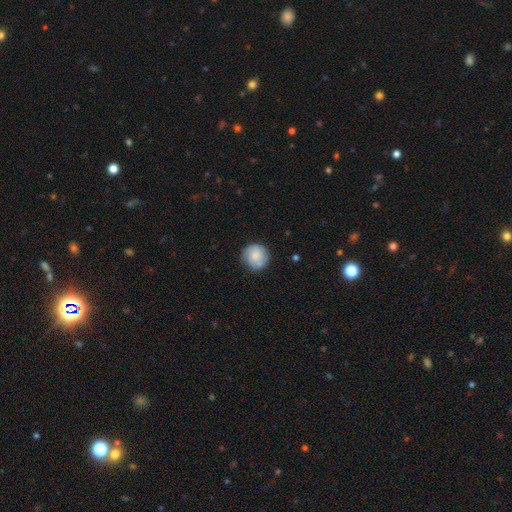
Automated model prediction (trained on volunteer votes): Overall: smooth (76%). How rounded: round (93%). Merging: none (76%).